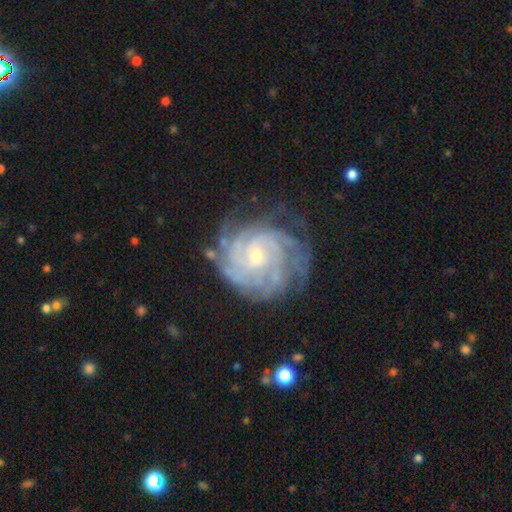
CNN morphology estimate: Smooth or featured?
  - featured or disk: 88% *
  - smooth: 6%
  - star or artifact: 6%
Edge-on disk?
  - no: 97% *
  - yes: 3%
Bar?
  - no: 68% *
  - weak: 26%
  - strong: 6%
Spiral arms?
  - yes: 97% *
  - no: 3%
Spiral winding?
  - tight: 77% *
  - medium: 19%
  - loose: 3%
Spiral arm count?
  - can't tell: 29% *
  - 4: 27%
  - more than 4: 16%
  - 3: 14%
  - 2: 9%
  - 1: 6%
Bulge size?
  - small: 71% *
  - moderate: 25%
  - none: 1%
  - large: 1%
  - dominant: 1%
Merging?
  - none: 67% *
  - minor disturbance: 21%
  - major disturbance: 10%
  - merger: 2%